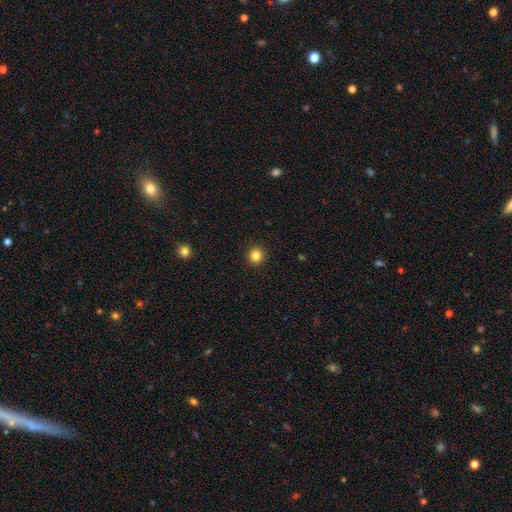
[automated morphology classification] A smooth galaxy with no disk features (84%) that is round (91%).

Vote fractions:
- Smooth or featured? smooth: 84% / star or artifact: 11% / featured or disk: 4%
- How rounded? round: 91% / in between: 8% / cigar-shaped: 1%
- Merging? none: 93% / minor disturbance: 5% / major disturbance: 2% / merger: 1%